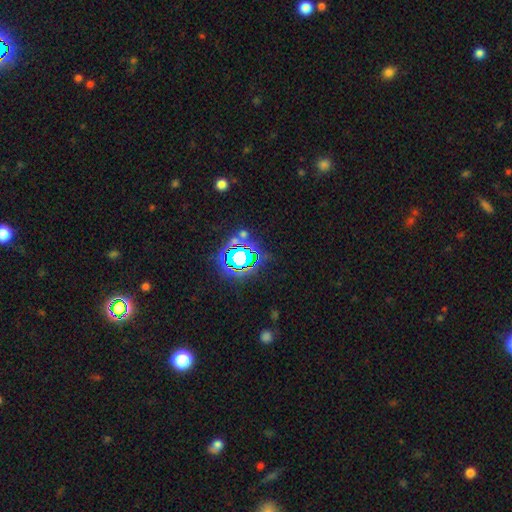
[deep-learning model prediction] This appears to be a star or artifact, not a galaxy (77%).